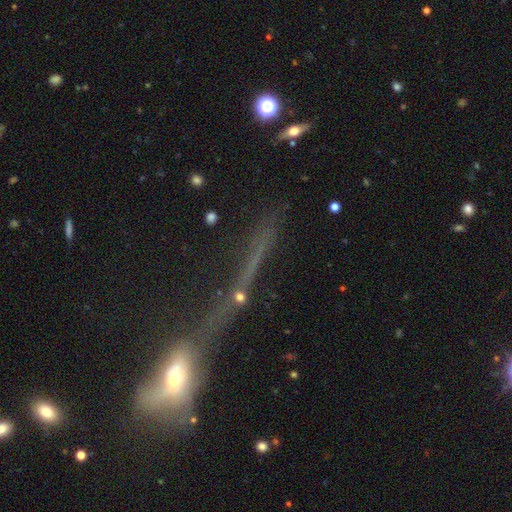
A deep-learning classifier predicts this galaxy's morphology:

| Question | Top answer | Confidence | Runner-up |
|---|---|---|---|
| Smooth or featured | featured or disk | 38% | star or artifact (33%) |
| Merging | merger | 34% | none (29%) |